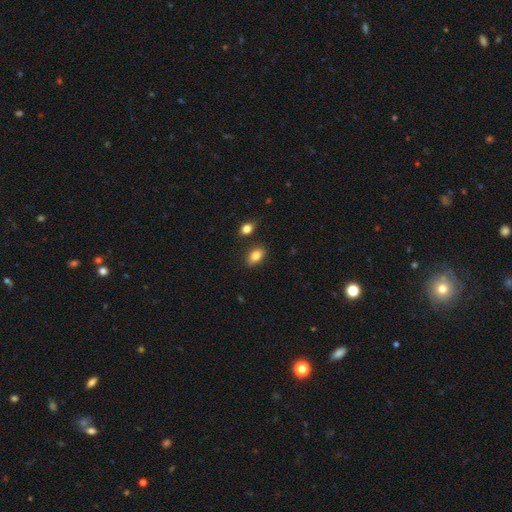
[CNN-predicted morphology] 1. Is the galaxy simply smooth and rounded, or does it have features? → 83% smooth, 8% star or artifact, 8% featured or disk.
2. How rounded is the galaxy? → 89% in between, 9% round, 3% cigar-shaped.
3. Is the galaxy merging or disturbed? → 84% none, 10% minor disturbance, 4% merger, 2% major disturbance.